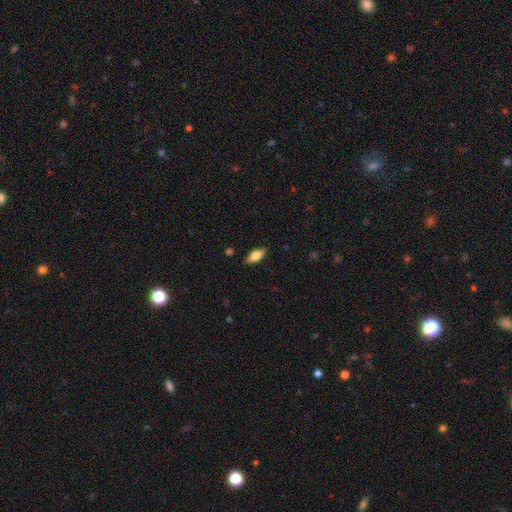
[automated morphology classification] Smooth or featured: smooth — 58% (featured or disk — 34%)
How rounded: in between — 80% (cigar-shaped — 16%)
Merging: none — 86% (minor disturbance — 11%)